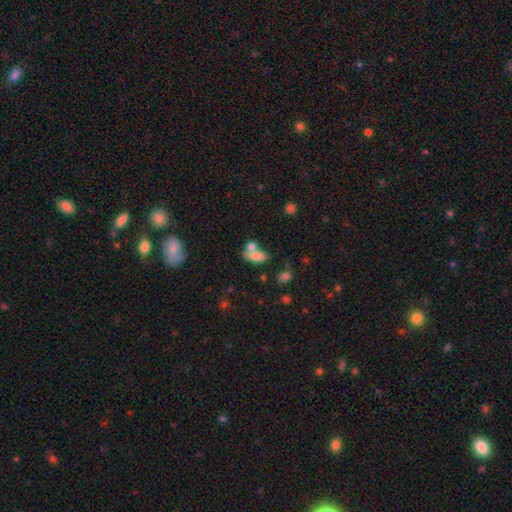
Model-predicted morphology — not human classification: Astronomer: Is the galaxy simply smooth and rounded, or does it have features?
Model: smooth — 72%.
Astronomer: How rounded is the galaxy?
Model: in between — 84%.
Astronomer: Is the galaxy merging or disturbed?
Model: merger — 42% (runner-up: none, 40%).